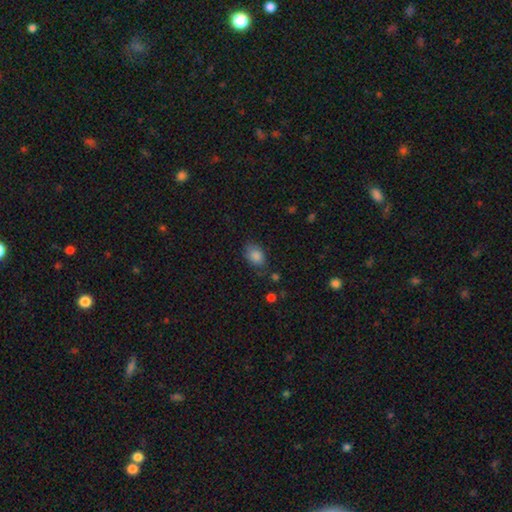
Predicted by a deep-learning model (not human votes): Q: Smooth or featured?
A: smooth (86%); runner-up: star or artifact (8%)
Q: How rounded?
A: in between (82%); runner-up: round (17%)
Q: Merging?
A: none (73%); runner-up: minor disturbance (20%)